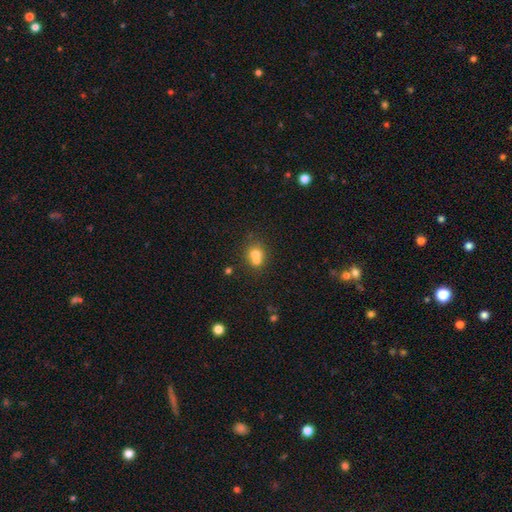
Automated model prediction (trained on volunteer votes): smooth_or_featured: smooth (p=0.69) [alt: featured or disk p=0.18]
how_rounded: round (p=0.76) [alt: in between p=0.23]
merging: merger (p=0.55) [alt: none p=0.35]